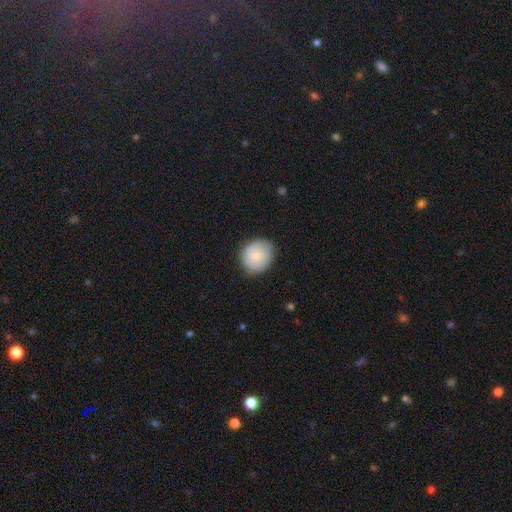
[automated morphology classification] smooth 80%, featured or disk 14%, star or artifact 6%. Down the decision tree: how rounded — round (75%); merging — none (81%).